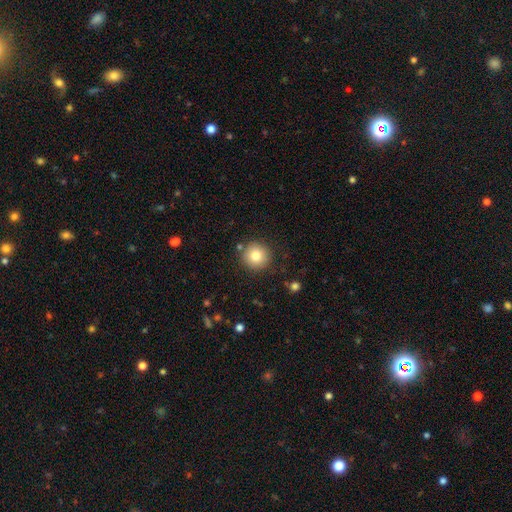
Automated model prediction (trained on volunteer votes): Smooth or featured?
  - smooth: 81% *
  - star or artifact: 10%
  - featured or disk: 9%
How rounded?
  - round: 95% *
  - in between: 4%
  - cigar-shaped: 1%
Merging?
  - none: 88% *
  - minor disturbance: 7%
  - merger: 2%
  - major disturbance: 2%